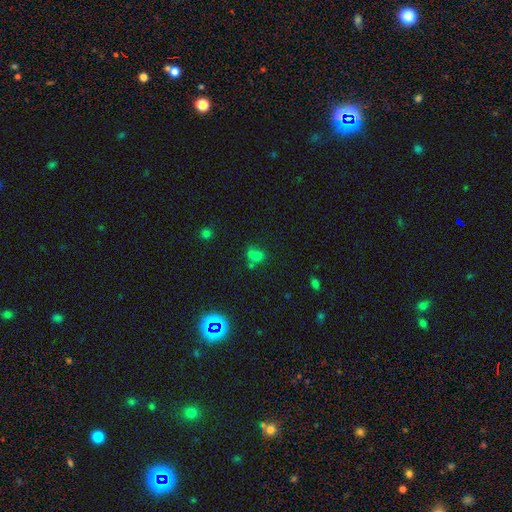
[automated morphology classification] Smooth or featured? Predicted: smooth (p=0.61). How rounded? Predicted: in between (p=0.56). Merging? Predicted: none (p=0.44).